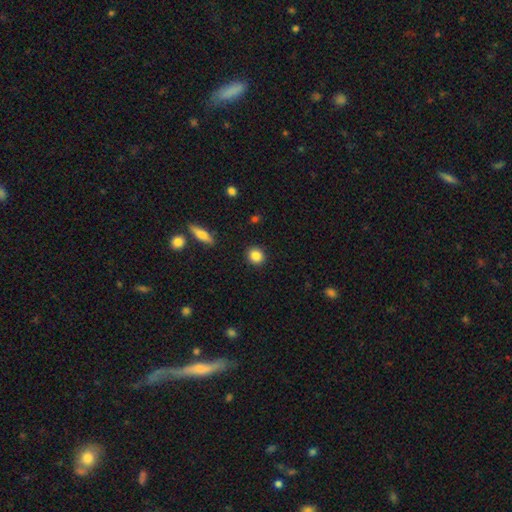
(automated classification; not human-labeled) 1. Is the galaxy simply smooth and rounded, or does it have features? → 86% smooth, 9% star or artifact, 5% featured or disk.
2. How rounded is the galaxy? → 84% round, 14% in between, 1% cigar-shaped.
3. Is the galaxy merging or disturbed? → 91% none, 6% minor disturbance, 2% major disturbance, 1% merger.